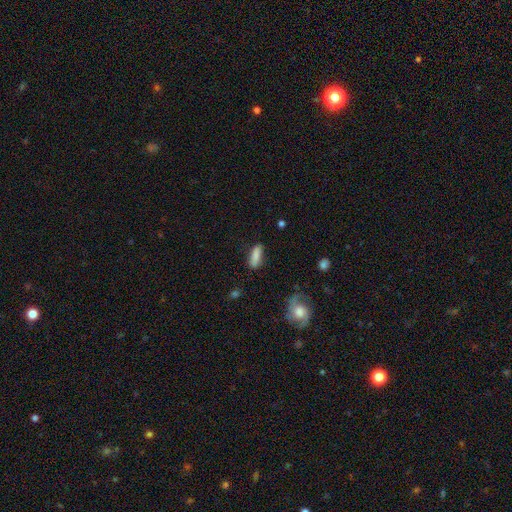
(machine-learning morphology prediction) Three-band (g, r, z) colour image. It shows a smooth galaxy with no disk features (83%) that is in between round and cigar-shaped (50%). Merging: none (79%).